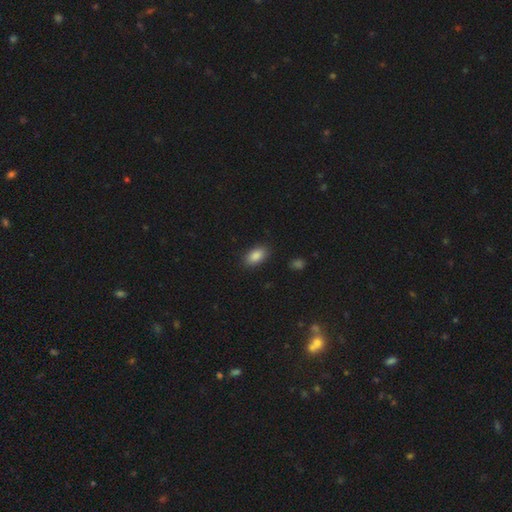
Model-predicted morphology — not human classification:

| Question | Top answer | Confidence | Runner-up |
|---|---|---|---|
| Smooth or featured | smooth | 87% | star or artifact (8%) |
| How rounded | in between | 92% | round (5%) |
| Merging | none | 87% | minor disturbance (9%) |